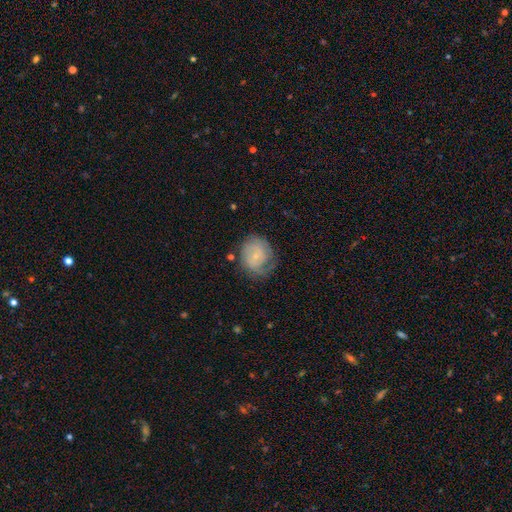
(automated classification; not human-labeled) The model was most divided on "spiral arm count": 2: 42%, can't tell: 30%, 1: 14%, 3: 9%, 4: 3%, more than 4: 3%. More confident: edge-on disk — no (98%); spiral arms — yes (87%); bulge size — small (76%); bar — no (67%); merging — none (63%); smooth or featured — featured or disk (62%); spiral winding — tight (55%).